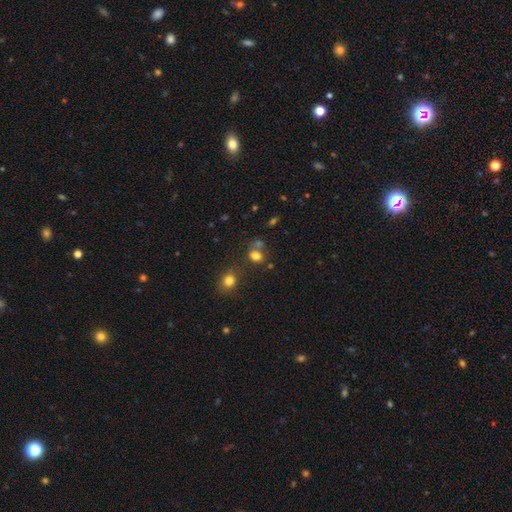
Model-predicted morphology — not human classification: The model was most divided on "how rounded": round: 51%, in between: 48%, cigar-shaped: 1%. More confident: smooth or featured — smooth (75%); merging — none (51%).